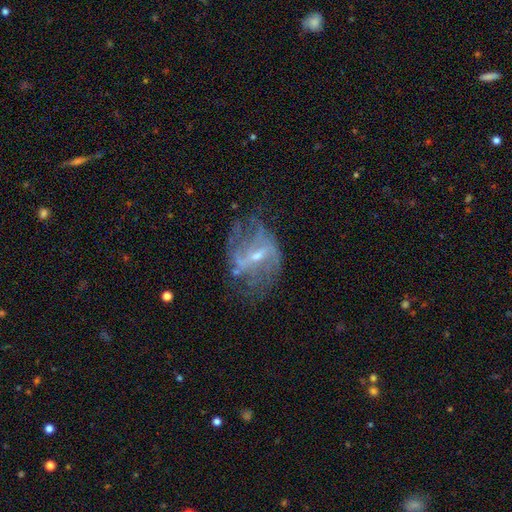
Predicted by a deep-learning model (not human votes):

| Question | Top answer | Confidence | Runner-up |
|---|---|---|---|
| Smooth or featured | featured or disk | 79% | smooth (11%) |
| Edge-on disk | no | 96% | yes (4%) |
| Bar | weak | 47% | strong (36%) |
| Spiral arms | yes | 75% | no (25%) |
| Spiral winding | loose | 44% | medium (37%) |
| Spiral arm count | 2 | 49% | can't tell (31%) |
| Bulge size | small | 59% | moderate (34%) |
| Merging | none | 50% | major disturbance (24%) |